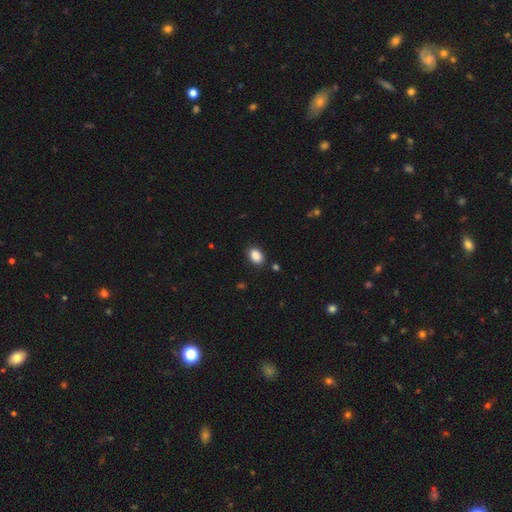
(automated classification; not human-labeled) A smooth galaxy with no disk features (89%) that is in between round and cigar-shaped (83%).

Vote fractions:
- Smooth or featured? smooth: 89% / star or artifact: 8% / featured or disk: 3%
- How rounded? in between: 83% / round: 16% / cigar-shaped: 1%
- Merging? none: 86% / minor disturbance: 10% / major disturbance: 2% / merger: 2%